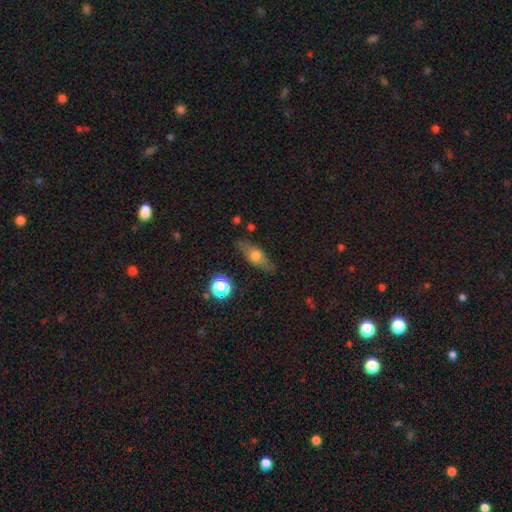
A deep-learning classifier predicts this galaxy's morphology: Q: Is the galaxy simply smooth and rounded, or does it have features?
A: smooth — 55%.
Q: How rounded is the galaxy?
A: in between — 62%.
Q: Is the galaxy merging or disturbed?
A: none — 80%.